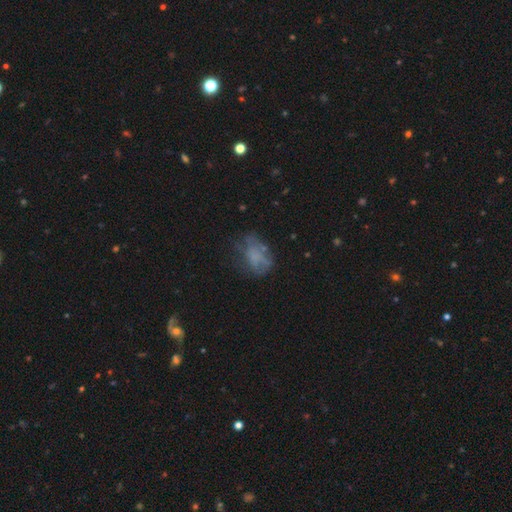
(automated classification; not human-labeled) Smooth or featured? smooth (48%)
Merging? none (41%)